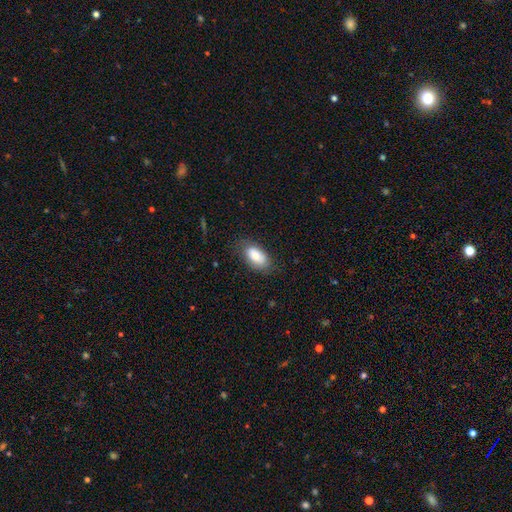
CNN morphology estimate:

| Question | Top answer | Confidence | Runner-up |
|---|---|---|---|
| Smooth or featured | smooth | 82% | featured or disk (11%) |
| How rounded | in between | 92% | cigar-shaped (5%) |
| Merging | none | 76% | minor disturbance (18%) |